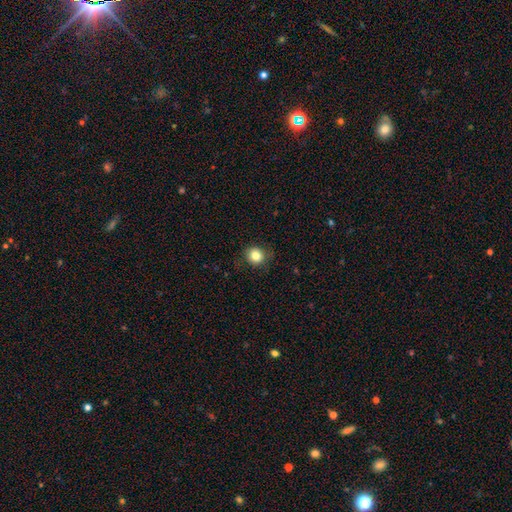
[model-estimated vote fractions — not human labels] Smooth or featured? smooth (84%)
How rounded? round (82%)
Merging? none (84%)